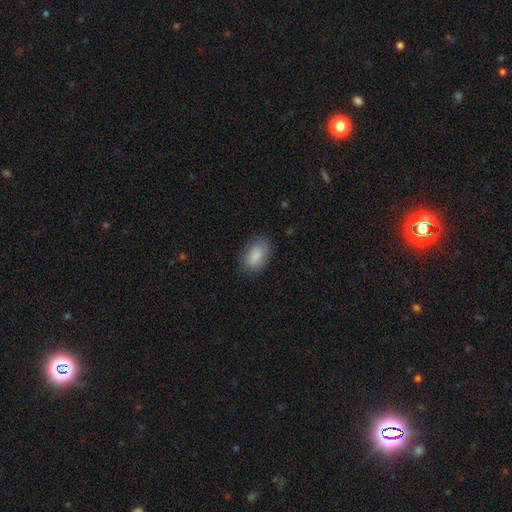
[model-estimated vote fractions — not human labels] This is clearly a smooth galaxy (86%). How rounded: clearly in between (89%). Merging: likely none (78%).